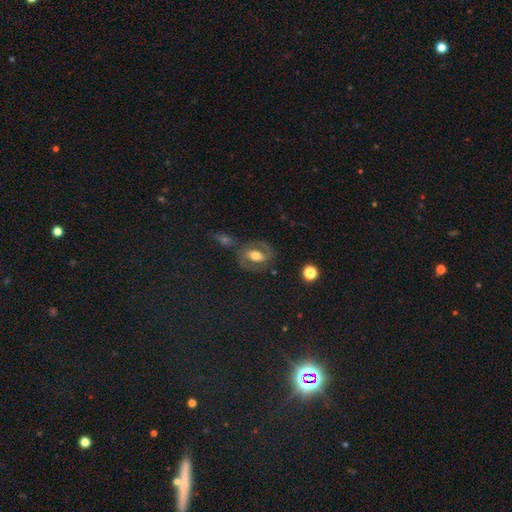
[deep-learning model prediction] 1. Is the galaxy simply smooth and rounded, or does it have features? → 56% featured or disk, 32% smooth, 12% star or artifact.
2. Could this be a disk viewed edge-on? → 92% no, 8% yes.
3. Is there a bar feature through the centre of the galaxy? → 36% weak, 32% no, 32% strong.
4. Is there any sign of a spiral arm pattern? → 71% yes, 29% no.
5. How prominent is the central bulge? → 63% moderate, 24% large, 10% small, 2% dominant, 2% none.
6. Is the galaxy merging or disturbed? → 67% none, 16% minor disturbance, 10% major disturbance, 8% merger.